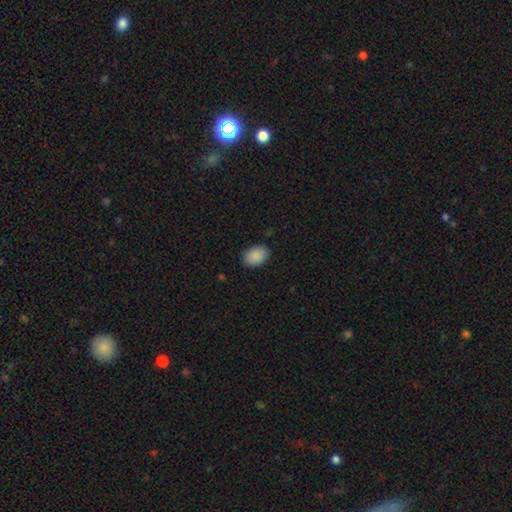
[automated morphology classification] Smooth or featured: smooth — 90% (star or artifact — 7%)
How rounded: in between — 82% (round — 16%)
Merging: none — 87% (minor disturbance — 10%)